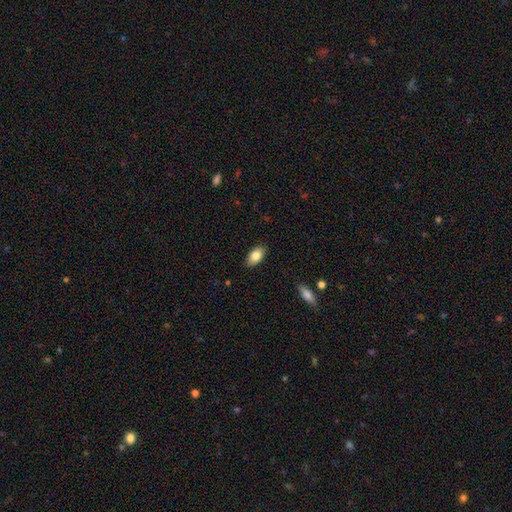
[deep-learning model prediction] Smooth or featured? Predicted: smooth (p=0.82). How rounded? Predicted: in between (p=0.92). Merging? Predicted: none (p=0.88).